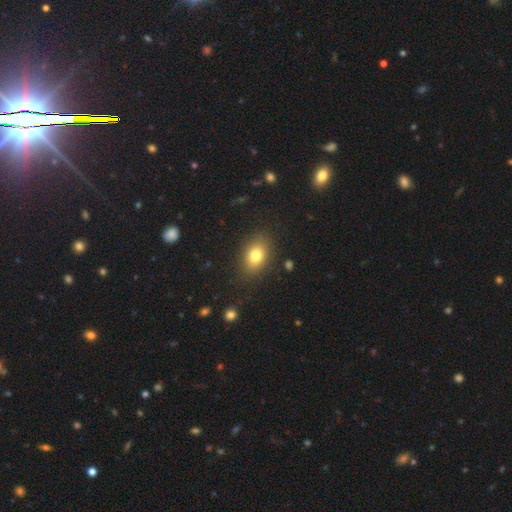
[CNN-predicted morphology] Overall: smooth (78%). How rounded: in between (76%). Merging: none (85%).